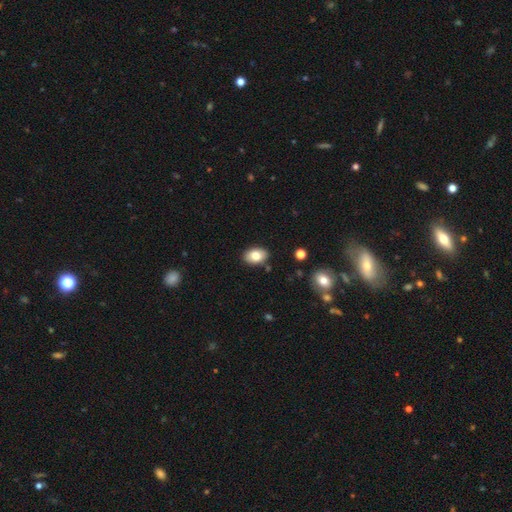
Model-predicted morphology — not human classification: smooth 80%, featured or disk 12%, star or artifact 8%. Down the decision tree: how rounded — in between (86%); merging — none (86%).